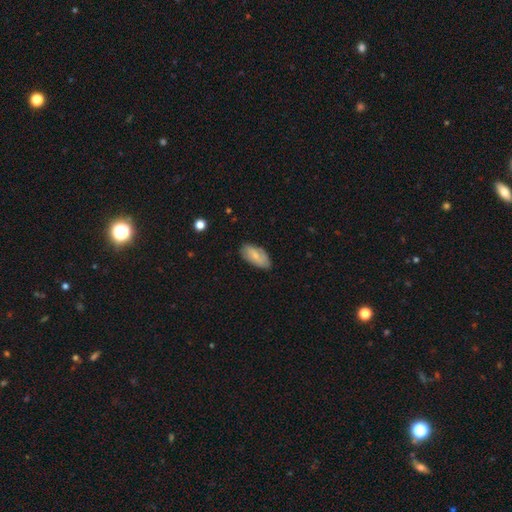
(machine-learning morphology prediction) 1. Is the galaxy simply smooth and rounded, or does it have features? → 61% smooth, 33% featured or disk, 6% star or artifact.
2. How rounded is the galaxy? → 92% in between, 5% cigar-shaped, 3% round.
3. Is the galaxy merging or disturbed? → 78% none, 17% minor disturbance, 3% major disturbance, 1% merger.